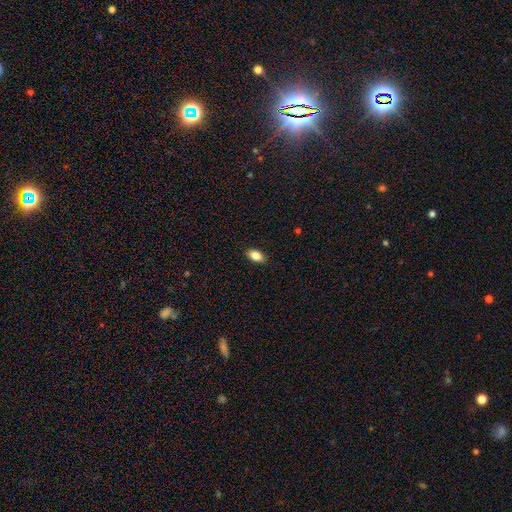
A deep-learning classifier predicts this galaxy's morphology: Overall: smooth (84%). How rounded: in between (90%). Merging: none (89%).